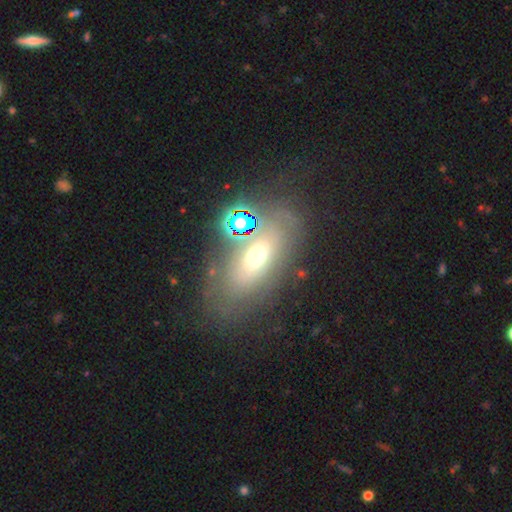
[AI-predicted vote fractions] Q: Smooth or featured?
A: featured or disk (42%); runner-up: smooth (40%)
Q: Merging?
A: none (64%); runner-up: minor disturbance (18%)